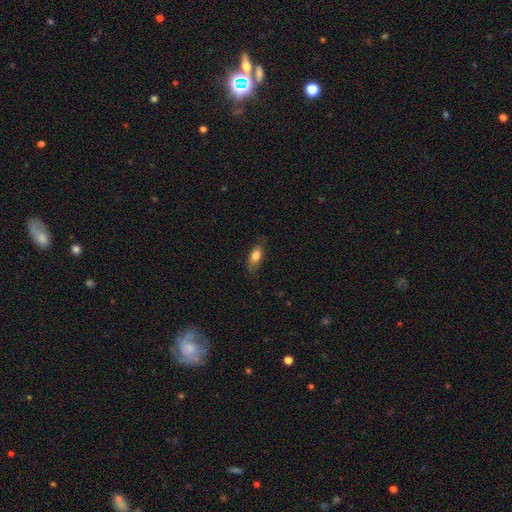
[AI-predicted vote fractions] smooth-or-featured: smooth: 81% | featured or disk: 12% | star or artifact: 7%
  how-rounded: in between: 81% | cigar-shaped: 15% | round: 4%
  merging: none: 76% | minor disturbance: 18% | major disturbance: 4% | merger: 1%